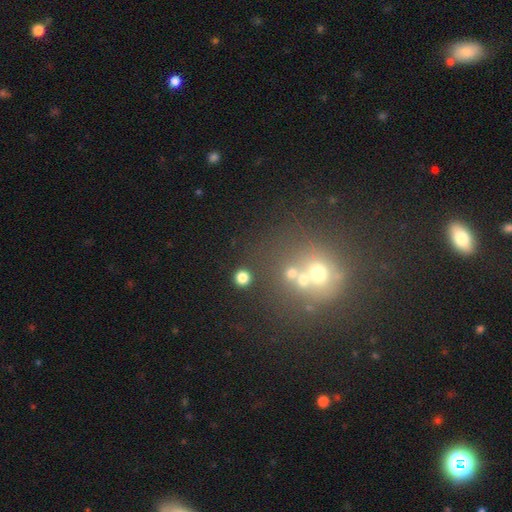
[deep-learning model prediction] Overall: smooth (42%; star or artifact 36%). Merging: merger (42%, tied with none).